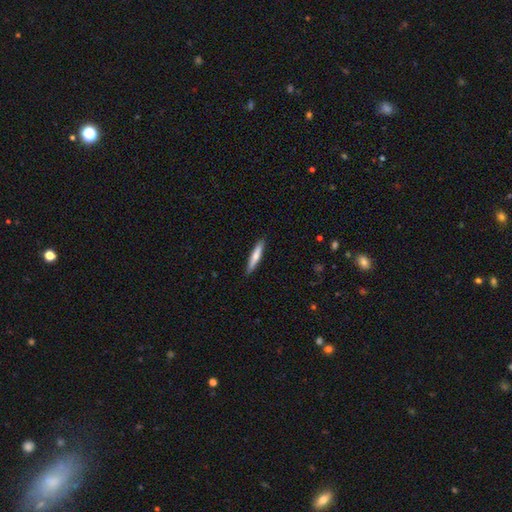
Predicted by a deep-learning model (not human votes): A smooth galaxy with no disk features (66%) that is cigar-shaped (92%).

Vote fractions:
- Smooth or featured? smooth: 66% / featured or disk: 29% / star or artifact: 5%
- How rounded? cigar-shaped: 92% / in between: 7% / round: 1%
- Merging? none: 90% / minor disturbance: 8% / major disturbance: 1% / merger: 1%